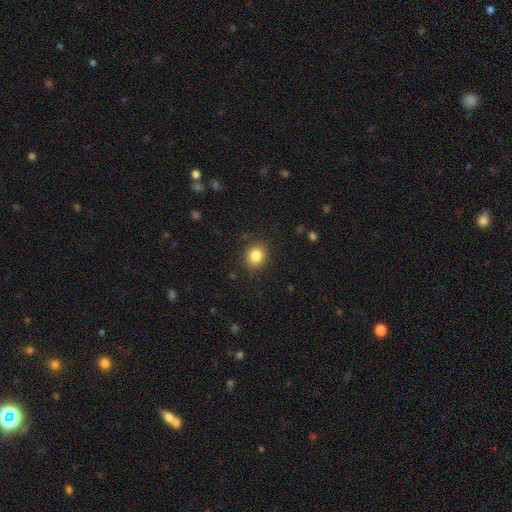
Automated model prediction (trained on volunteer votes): The model was most divided on "how rounded": round: 70%, in between: 29%, cigar-shaped: 1%. More confident: merging — none (87%); smooth or featured — smooth (84%).